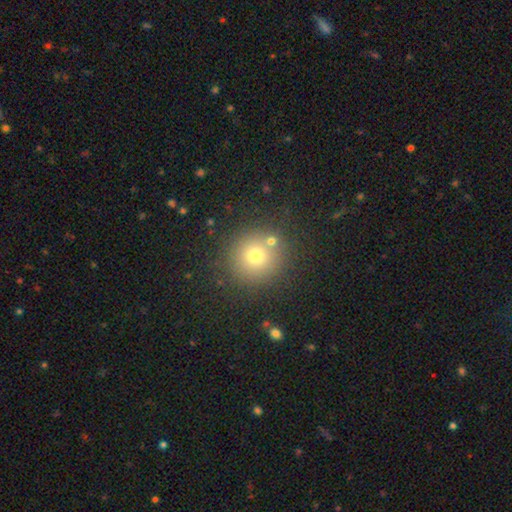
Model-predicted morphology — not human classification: smooth-or-featured: smooth: 72% | star or artifact: 17% | featured or disk: 11%
  how-rounded: round: 94% | in between: 5% | cigar-shaped: 1%
  merging: none: 82% | merger: 8% | minor disturbance: 7% | major disturbance: 3%